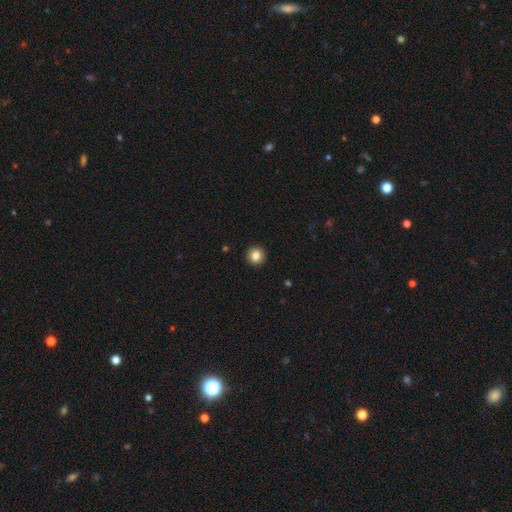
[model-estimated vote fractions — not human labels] Smooth or featured? Predicted: smooth (p=0.85). How rounded? Predicted: round (p=0.95). Merging? Predicted: none (p=0.93).